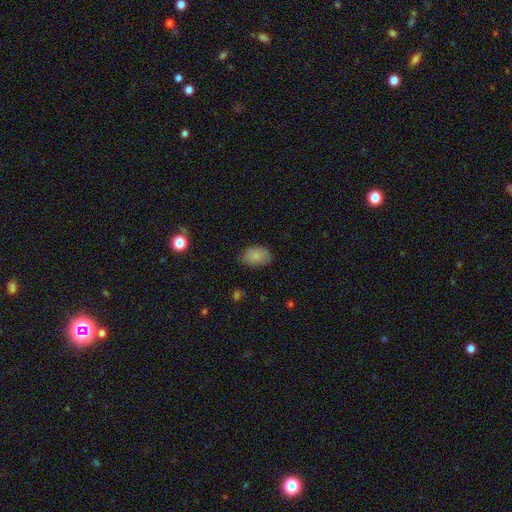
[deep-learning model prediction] Smooth or featured? smooth (82%)
How rounded? in between (84%)
Merging? none (75%)